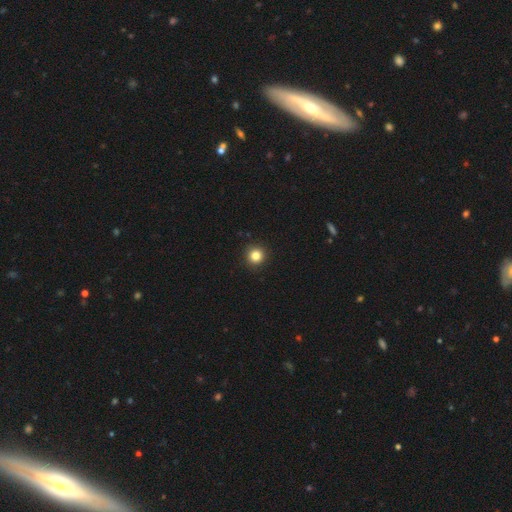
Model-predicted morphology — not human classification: type=smooth (83%); roundness=round (95%); merging=none (93%).